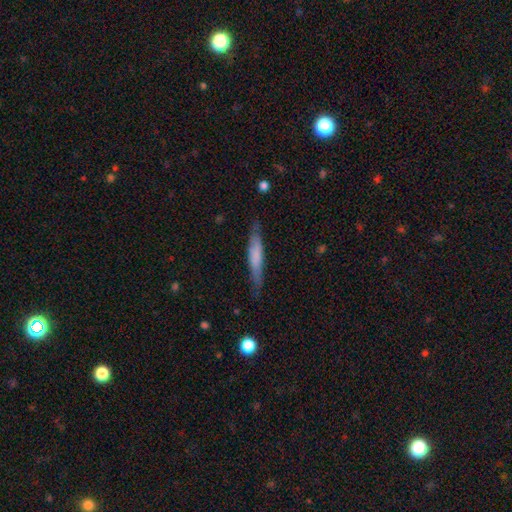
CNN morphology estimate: Smooth or featured? smooth (62%)
How rounded? cigar-shaped (89%)
Merging? none (77%)